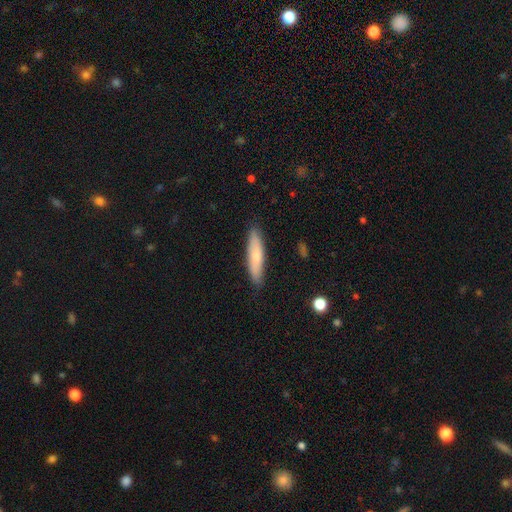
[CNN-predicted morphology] The model was most divided on "smooth or featured": smooth: 70%, featured or disk: 24%, star or artifact: 6%. More confident: merging — none (87%); how rounded — cigar-shaped (78%).